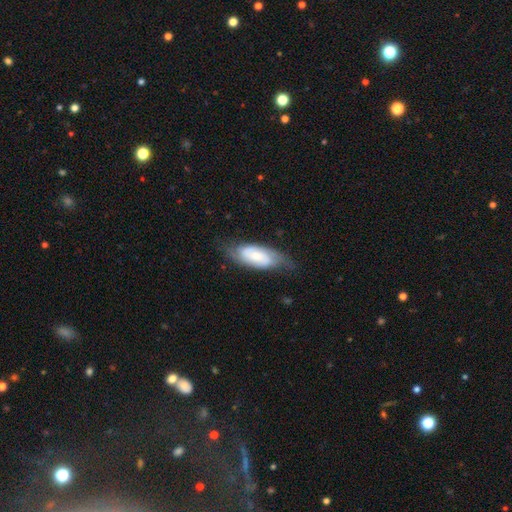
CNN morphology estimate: This is possibly a featured or disk galaxy (57%). It is clearly not viewed edge-on (89%). Bar: possibly no (56%). Spiral arm pattern: clearly yes (86%). Central bulge: possibly small (45%). Merging: likely none (69%).